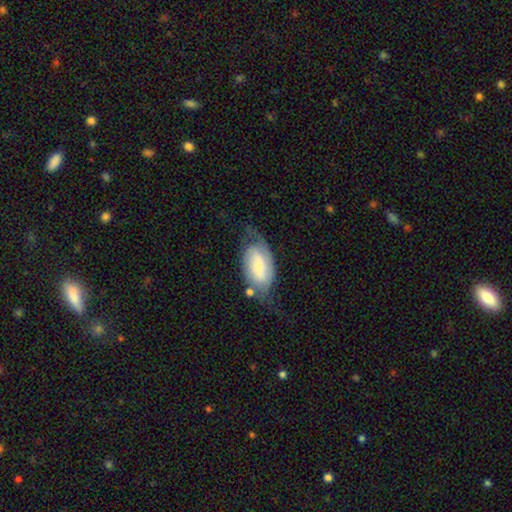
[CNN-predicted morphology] Q: Smooth or featured?
A: featured or disk (55%); runner-up: smooth (37%)
Q: Edge-on disk?
A: no (94%); runner-up: yes (6%)
Q: Bar?
A: weak (40%); runner-up: no (39%)
Q: Spiral arms?
A: yes (86%); runner-up: no (14%)
Q: Bulge size?
A: small (34%); runner-up: moderate (25%)
Q: Merging?
A: none (46%); runner-up: minor disturbance (29%)